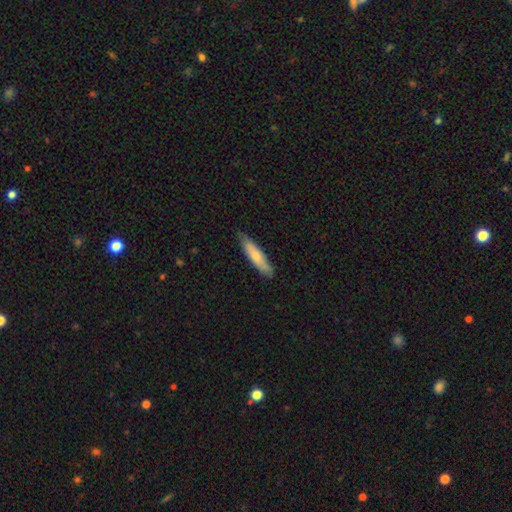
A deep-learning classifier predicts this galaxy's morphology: The model was most divided on "smooth or featured": smooth: 72%, featured or disk: 23%, star or artifact: 5%. More confident: merging — none (82%); how rounded — cigar-shaped (80%).